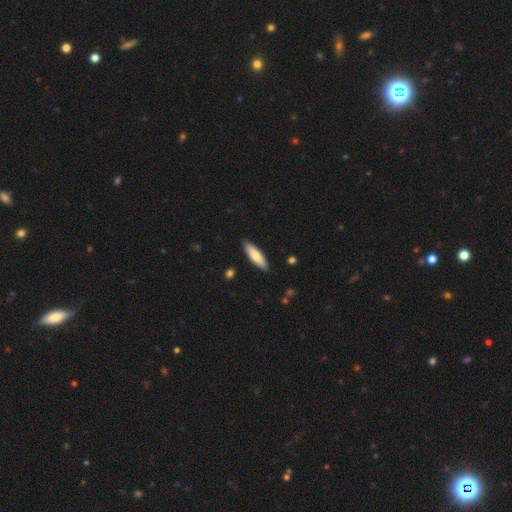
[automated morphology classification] Smooth or featured?
  - smooth: 70% *
  - featured or disk: 24%
  - star or artifact: 5%
How rounded?
  - cigar-shaped: 57% *
  - in between: 41%
  - round: 2%
Merging?
  - none: 89% *
  - minor disturbance: 8%
  - major disturbance: 2%
  - merger: 1%